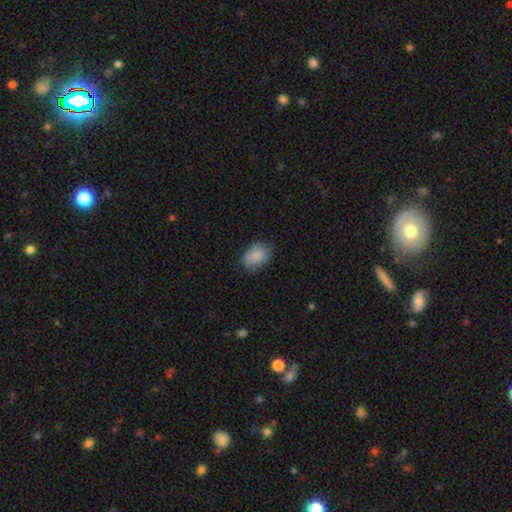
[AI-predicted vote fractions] Smooth or featured?
  - smooth: 84% *
  - featured or disk: 8%
  - star or artifact: 7%
How rounded?
  - in between: 79% *
  - round: 20%
  - cigar-shaped: 1%
Merging?
  - none: 75% *
  - minor disturbance: 20%
  - major disturbance: 5%
  - merger: 1%